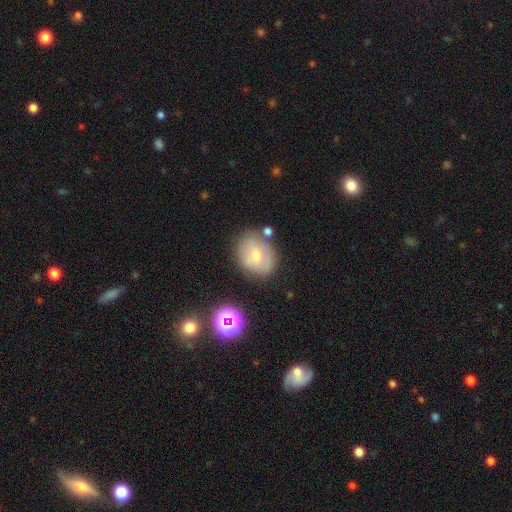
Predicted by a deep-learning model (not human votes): Q: Smooth or featured?
A: smooth (57%); runner-up: featured or disk (32%)
Q: How rounded?
A: round (52%); runner-up: in between (47%)
Q: Merging?
A: none (69%); runner-up: minor disturbance (18%)